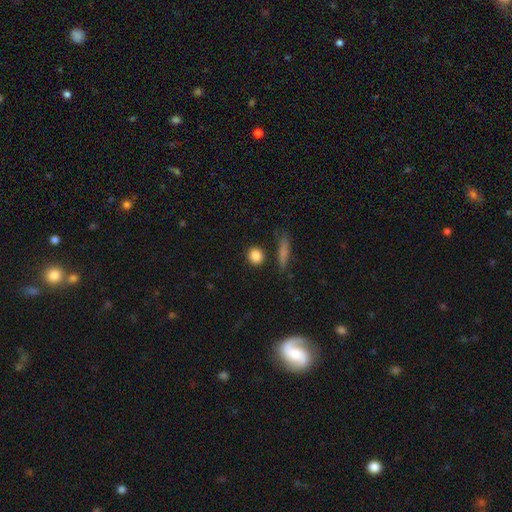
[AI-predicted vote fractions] Smooth or featured?
  - smooth: 86% *
  - star or artifact: 9%
  - featured or disk: 5%
How rounded?
  - round: 85% *
  - in between: 12%
  - cigar-shaped: 3%
Merging?
  - none: 85% *
  - minor disturbance: 8%
  - merger: 4%
  - major disturbance: 3%